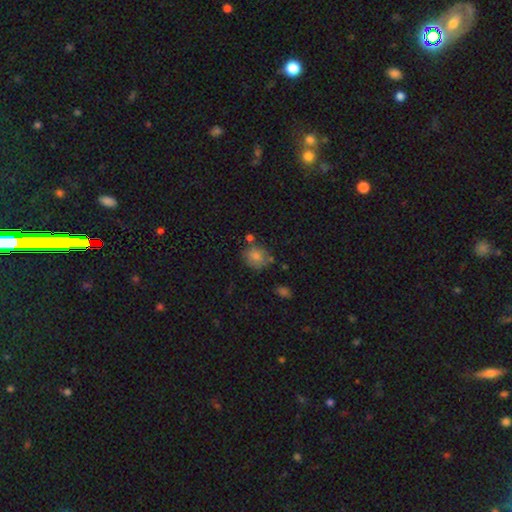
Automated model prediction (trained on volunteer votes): This appears to be a smooth galaxy with no disk features (44%). Merging: none (74%).